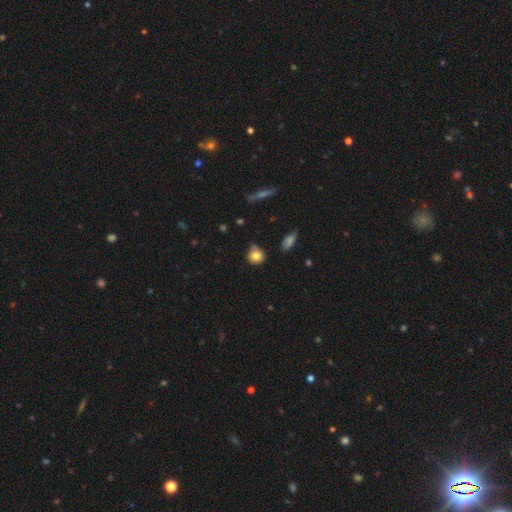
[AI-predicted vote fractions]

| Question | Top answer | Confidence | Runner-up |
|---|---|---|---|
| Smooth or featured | smooth | 80% | featured or disk (11%) |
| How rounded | round | 84% | in between (15%) |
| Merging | none | 66% | minor disturbance (24%) |